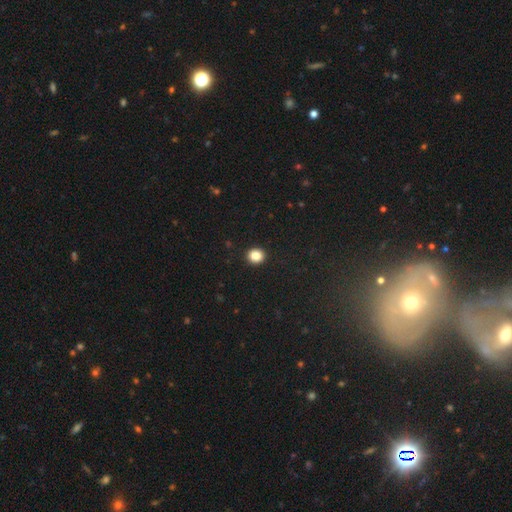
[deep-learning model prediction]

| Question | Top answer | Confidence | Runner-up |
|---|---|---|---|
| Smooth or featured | smooth | 86% | star or artifact (10%) |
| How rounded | round | 83% | in between (16%) |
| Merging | none | 92% | minor disturbance (5%) |